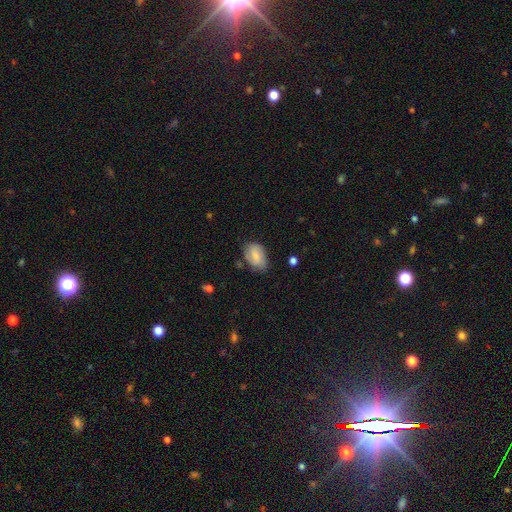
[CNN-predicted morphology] Q: Smooth or featured?
A: smooth (64%); runner-up: featured or disk (29%)
Q: How rounded?
A: in between (87%); runner-up: round (12%)
Q: Merging?
A: none (68%); runner-up: minor disturbance (25%)